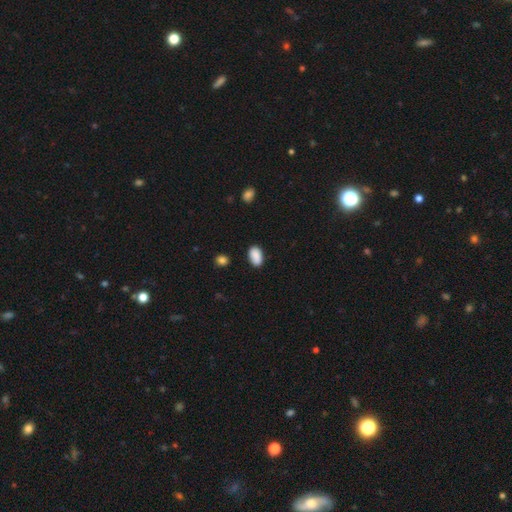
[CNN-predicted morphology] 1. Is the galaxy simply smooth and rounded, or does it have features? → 89% smooth, 8% star or artifact, 3% featured or disk.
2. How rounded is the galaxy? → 92% in between, 6% round, 2% cigar-shaped.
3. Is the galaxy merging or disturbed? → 82% none, 13% minor disturbance, 3% major disturbance, 2% merger.